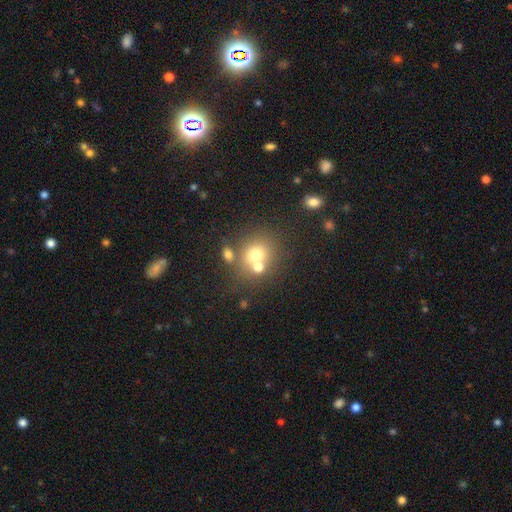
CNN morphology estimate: Smooth or featured? Predicted: smooth (p=0.68). How rounded? Predicted: round (p=0.75). Merging? Predicted: none (p=0.48).